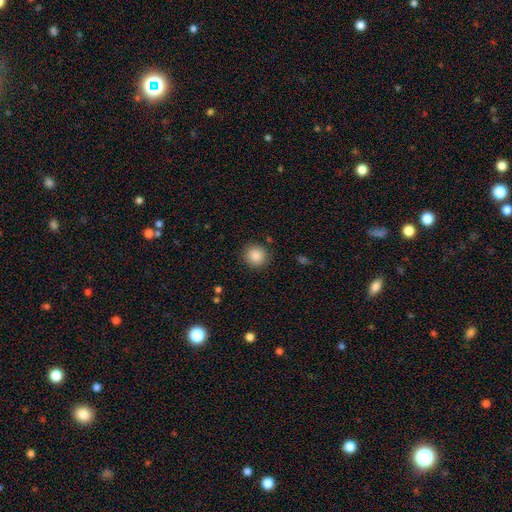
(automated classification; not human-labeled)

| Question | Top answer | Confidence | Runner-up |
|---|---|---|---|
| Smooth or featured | smooth | 87% | star or artifact (9%) |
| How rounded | round | 92% | in between (7%) |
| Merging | none | 89% | minor disturbance (7%) |